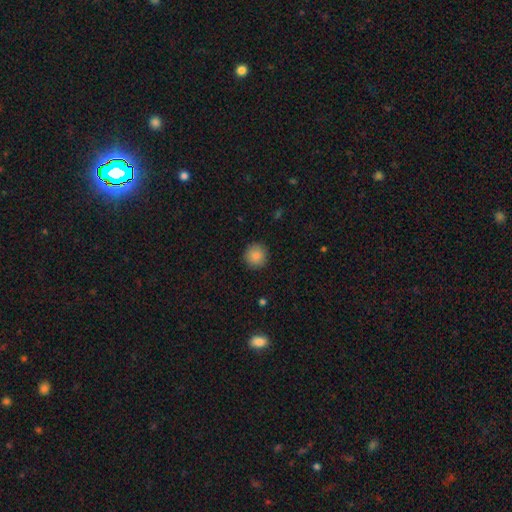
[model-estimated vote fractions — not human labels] smooth 87%, star or artifact 8%, featured or disk 5%. Down the decision tree: how rounded — round (95%); merging — none (90%).